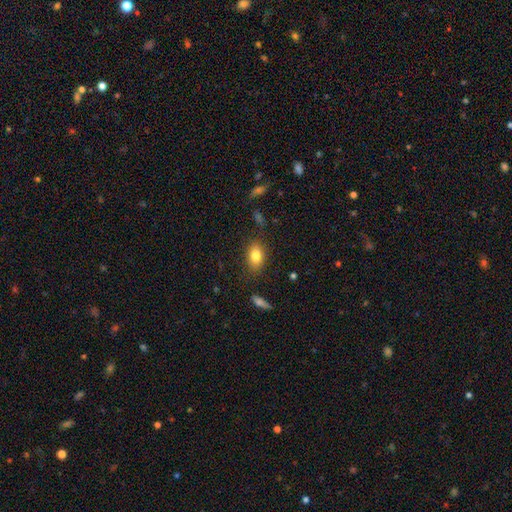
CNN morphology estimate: Overall: smooth (81%). How rounded: in between (82%). Merging: none (81%).